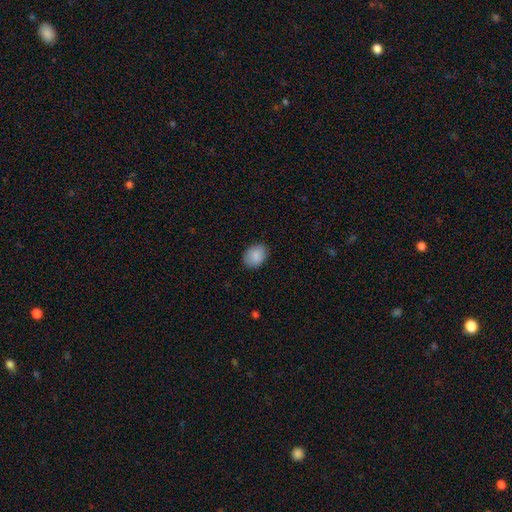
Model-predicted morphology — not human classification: type=smooth (88%); roundness=in between (70%); merging=none (86%).